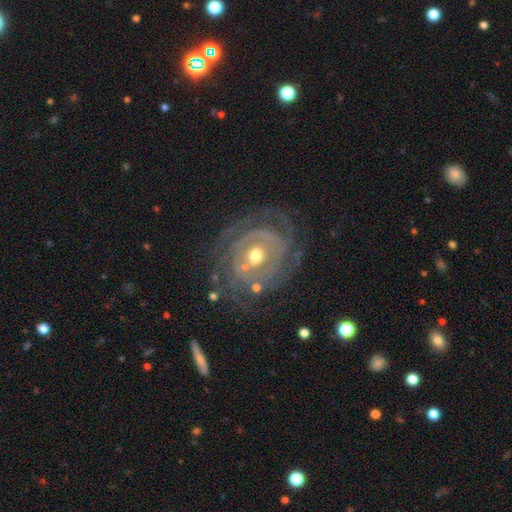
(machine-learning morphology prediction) Q: Smooth or featured?
A: featured or disk (81%); runner-up: smooth (12%)
Q: Edge-on disk?
A: no (97%); runner-up: yes (3%)
Q: Bar?
A: no (76%); runner-up: weak (17%)
Q: Spiral arms?
A: yes (74%); runner-up: no (26%)
Q: Spiral winding?
A: tight (72%); runner-up: medium (19%)
Q: Spiral arm count?
A: can't tell (44%); runner-up: 2 (18%)
Q: Bulge size?
A: moderate (63%); runner-up: small (29%)
Q: Merging?
A: none (66%); runner-up: minor disturbance (18%)